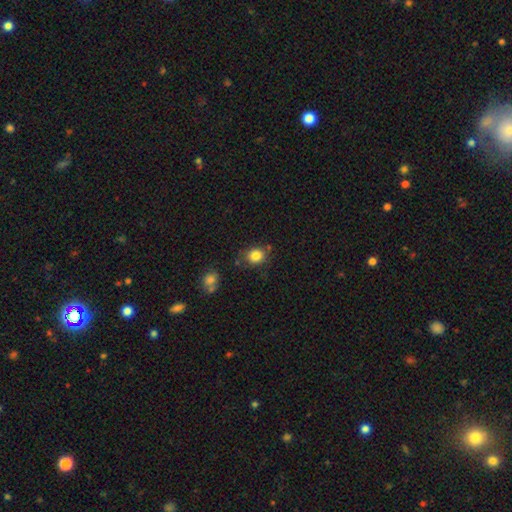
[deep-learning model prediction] The model was most divided on "how rounded": round: 65%, in between: 34%, cigar-shaped: 1%. More confident: smooth or featured — smooth (84%); merging — none (74%).